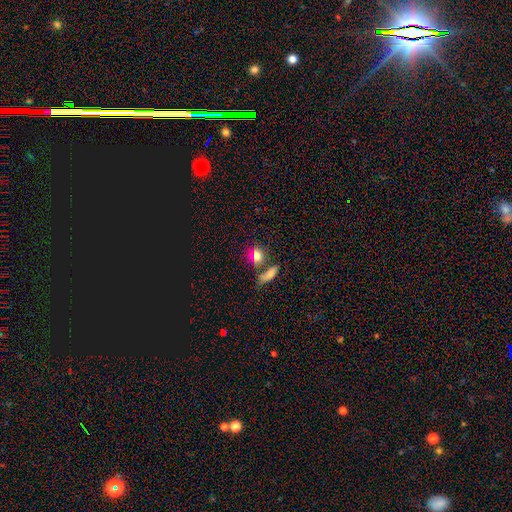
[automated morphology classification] This is likely a smooth galaxy (77%). How rounded: possibly in between (49%). Merging: possibly none (56%).